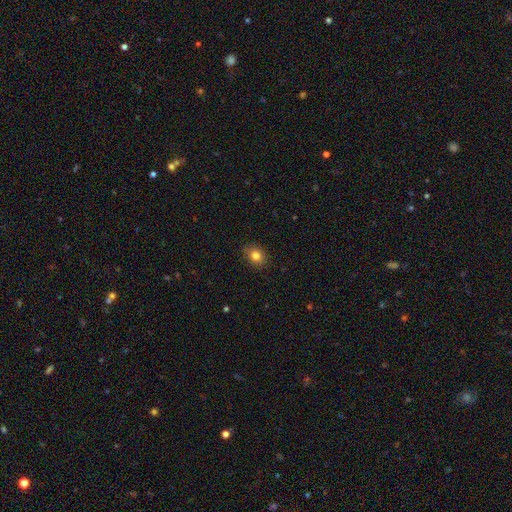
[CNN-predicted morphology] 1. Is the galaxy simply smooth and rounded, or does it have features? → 82% smooth, 11% star or artifact, 7% featured or disk.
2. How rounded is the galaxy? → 51% in between, 48% round, 1% cigar-shaped.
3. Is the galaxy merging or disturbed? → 84% none, 12% minor disturbance, 2% major disturbance, 1% merger.